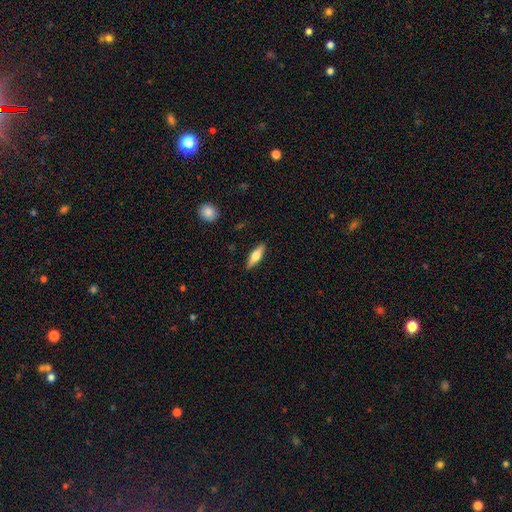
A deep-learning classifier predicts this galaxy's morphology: type=smooth (52%); roundness=cigar-shaped (53%); merging=none (89%).